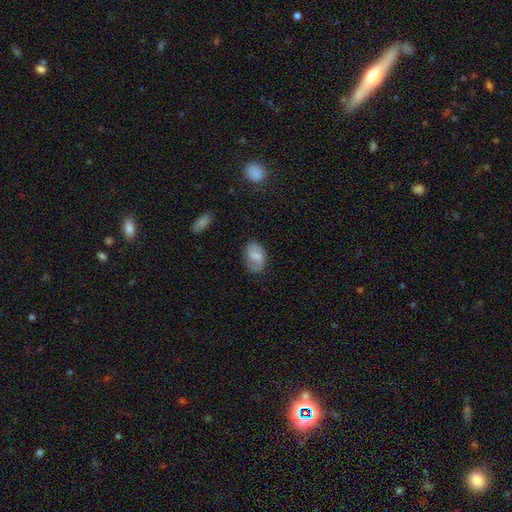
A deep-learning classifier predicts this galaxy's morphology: smooth 57%, featured or disk 35%, star or artifact 8%. Down the decision tree: how rounded — in between (88%); merging — none (68%).